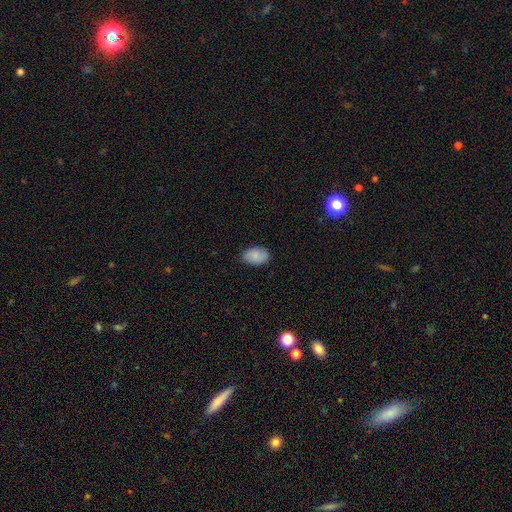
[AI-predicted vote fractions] smooth-or-featured: smooth: 86% | star or artifact: 7% | featured or disk: 7%
  how-rounded: in between: 89% | round: 10% | cigar-shaped: 1%
  merging: none: 83% | minor disturbance: 13% | major disturbance: 3% | merger: 1%